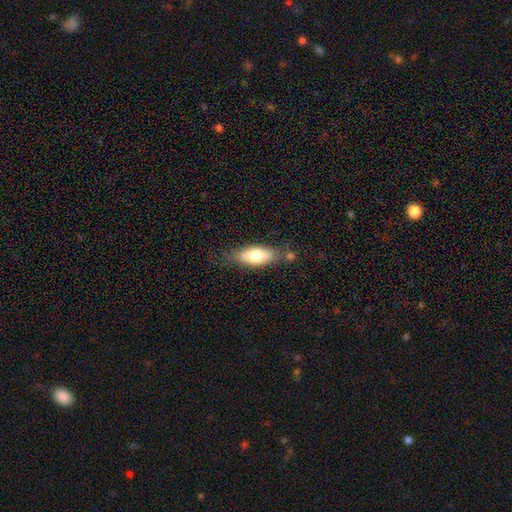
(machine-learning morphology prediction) A smooth galaxy with no disk features (71%) that is in between round and cigar-shaped (77%).

Vote fractions:
- Smooth or featured? smooth: 71% / featured or disk: 23% / star or artifact: 6%
- How rounded? in between: 77% / cigar-shaped: 20% / round: 3%
- Merging? none: 69% / minor disturbance: 20% / merger: 6% / major disturbance: 5%